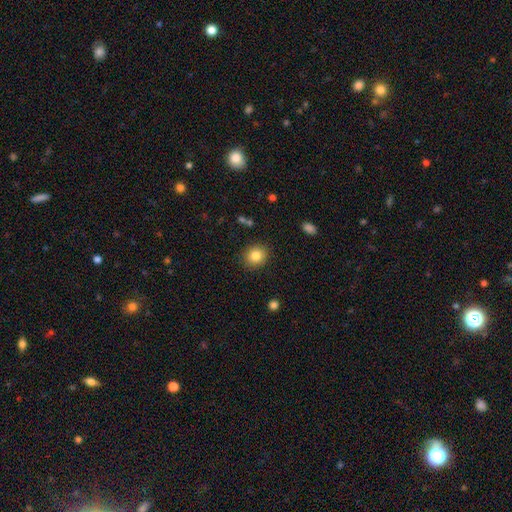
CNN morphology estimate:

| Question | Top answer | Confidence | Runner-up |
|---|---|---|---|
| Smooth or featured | smooth | 83% | star or artifact (10%) |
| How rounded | round | 74% | in between (25%) |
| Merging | none | 88% | minor disturbance (8%) |